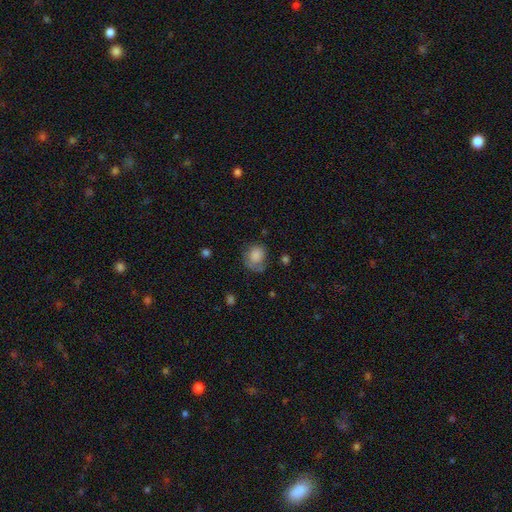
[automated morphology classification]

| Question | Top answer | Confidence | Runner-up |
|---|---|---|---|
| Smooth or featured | smooth | 78% | featured or disk (13%) |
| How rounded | round | 67% | in between (33%) |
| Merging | none | 48% | minor disturbance (29%) |